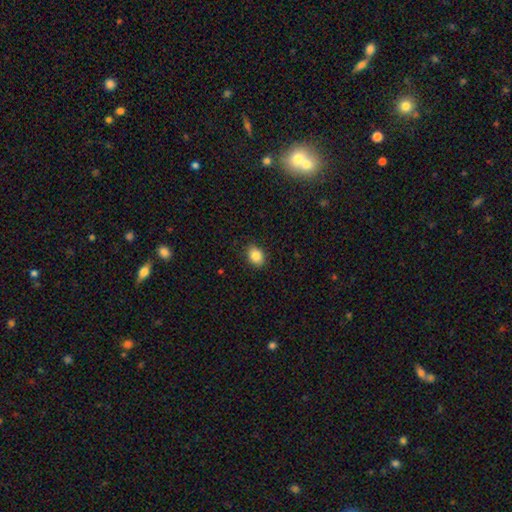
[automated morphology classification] Overall: smooth (86%). How rounded: in between (64%; round 35%). Merging: none (87%).